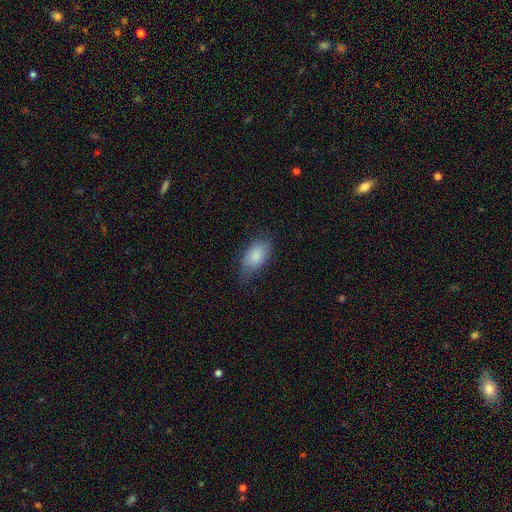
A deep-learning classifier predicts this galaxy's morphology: A smooth galaxy with no disk features (83%) that is in between round and cigar-shaped (91%). Merging: none (65%).